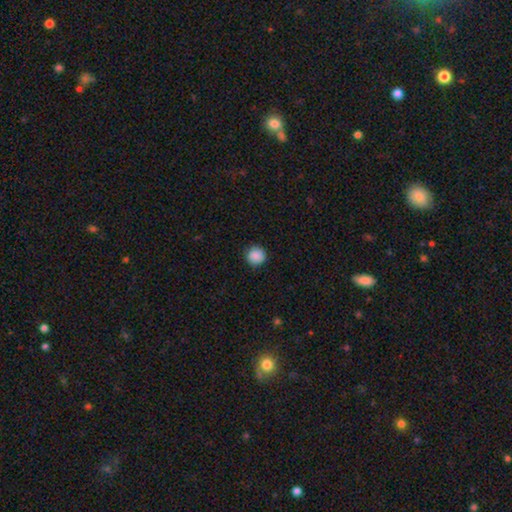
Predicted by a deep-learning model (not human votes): This appears to be a smooth galaxy with no disk features (89%) that is round (94%). Merging: none (89%).